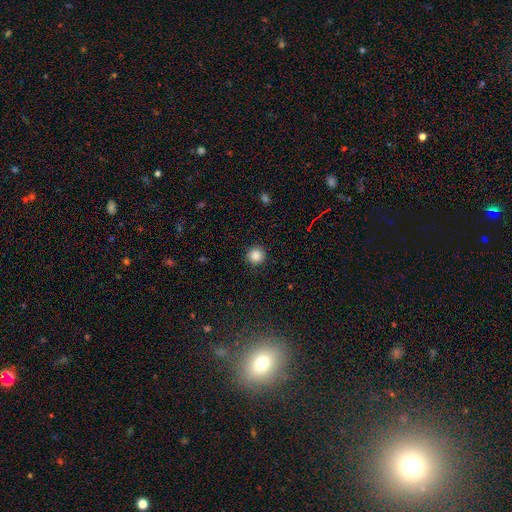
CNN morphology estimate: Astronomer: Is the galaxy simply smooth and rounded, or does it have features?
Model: smooth — 86%.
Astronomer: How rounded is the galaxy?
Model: round — 95%.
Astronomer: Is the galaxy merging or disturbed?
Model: none — 90%.